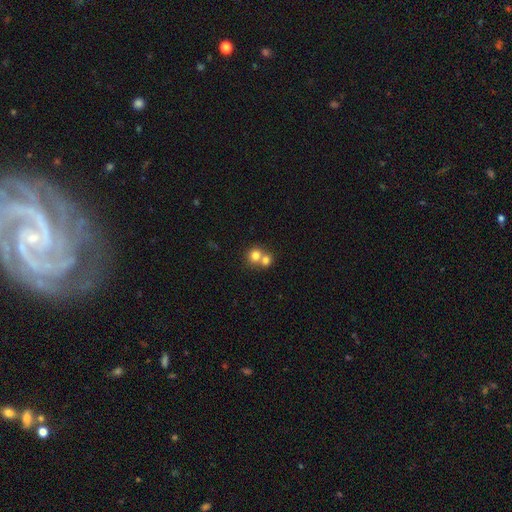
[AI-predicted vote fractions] Smooth or featured? Predicted: smooth (p=0.77). How rounded? Predicted: round (p=0.78). Merging? Predicted: merger (p=0.60).